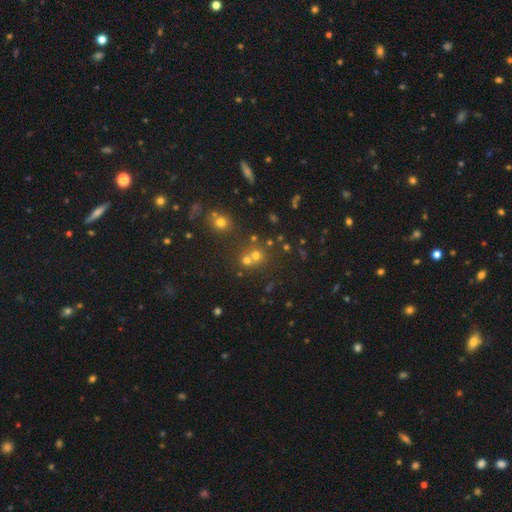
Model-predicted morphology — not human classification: smooth-or-featured: smooth: 56% | star or artifact: 31% | featured or disk: 14%
  how-rounded: round: 85% | in between: 14% | cigar-shaped: 1%
  merging: none: 53% | merger: 36% | minor disturbance: 7% | major disturbance: 4%